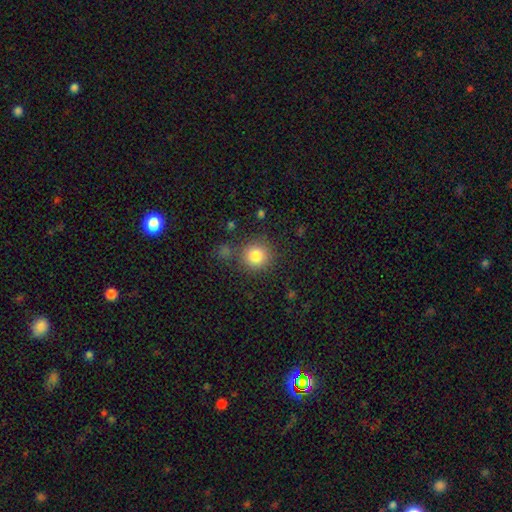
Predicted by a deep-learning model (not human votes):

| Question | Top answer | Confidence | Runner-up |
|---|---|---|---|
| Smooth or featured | smooth | 84% | star or artifact (10%) |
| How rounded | round | 92% | in between (7%) |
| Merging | none | 80% | minor disturbance (10%) |